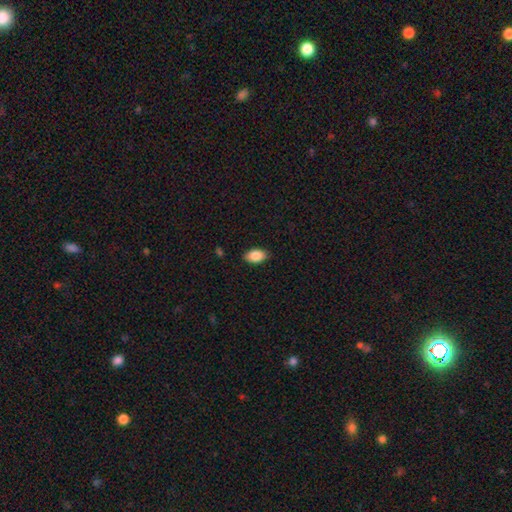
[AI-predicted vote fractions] smooth 88%, star or artifact 7%, featured or disk 5%. Down the decision tree: how rounded — in between (91%); merging — none (86%).